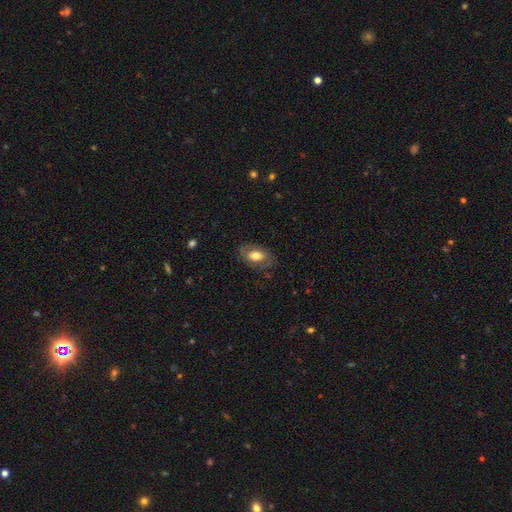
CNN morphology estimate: Smooth or featured? smooth (63%)
How rounded? in between (89%)
Merging? none (74%)